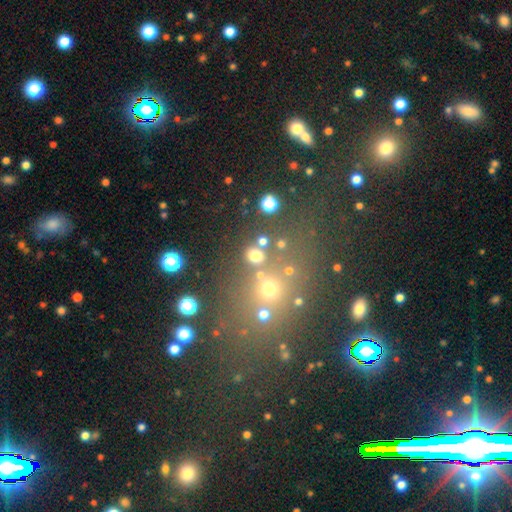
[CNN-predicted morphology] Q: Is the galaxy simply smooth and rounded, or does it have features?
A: smooth — 69%.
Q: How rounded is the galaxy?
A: round — 78%.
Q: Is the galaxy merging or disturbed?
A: none — 71%.